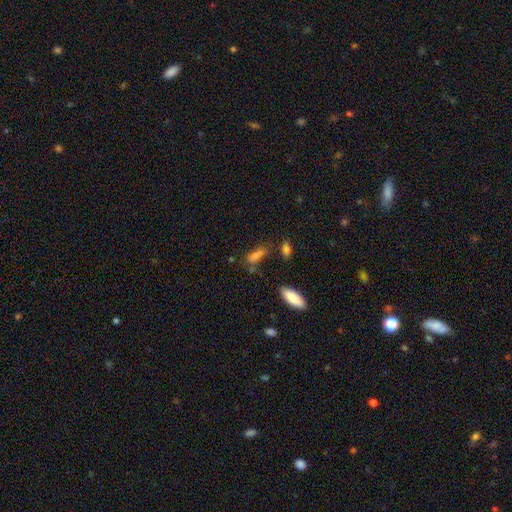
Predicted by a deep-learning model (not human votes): This is likely a smooth galaxy (76%). How rounded: possibly in between (51%). Merging: possibly none (56%).